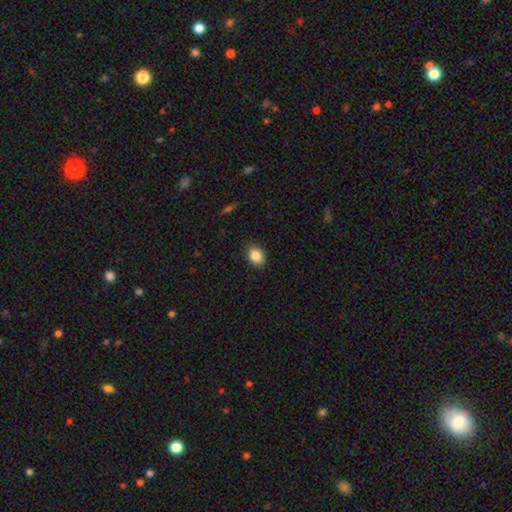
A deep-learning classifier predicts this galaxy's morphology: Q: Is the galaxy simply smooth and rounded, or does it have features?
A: smooth — 86%.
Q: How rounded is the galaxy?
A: in between — 68%.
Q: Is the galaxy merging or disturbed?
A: none — 86%.